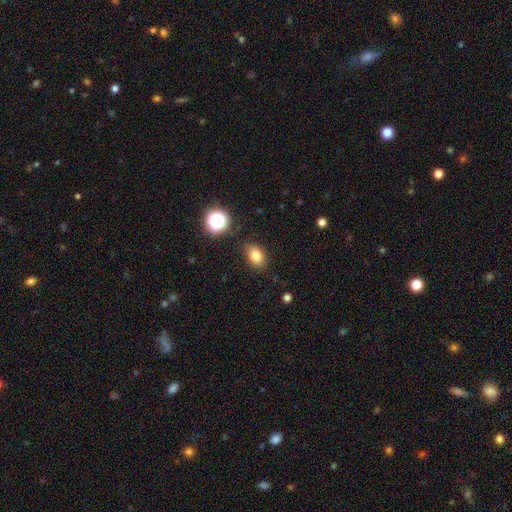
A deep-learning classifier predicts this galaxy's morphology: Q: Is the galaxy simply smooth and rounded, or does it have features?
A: smooth — 80%.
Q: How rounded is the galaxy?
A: in between — 81%.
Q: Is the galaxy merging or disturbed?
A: none — 85%.